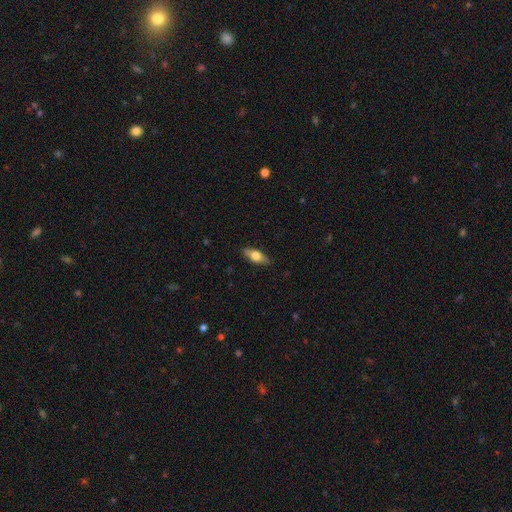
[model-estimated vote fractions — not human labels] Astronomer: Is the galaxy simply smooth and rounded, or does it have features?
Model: smooth — 63%.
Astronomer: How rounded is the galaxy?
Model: in between — 74%.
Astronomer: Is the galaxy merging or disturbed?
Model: none — 87%.